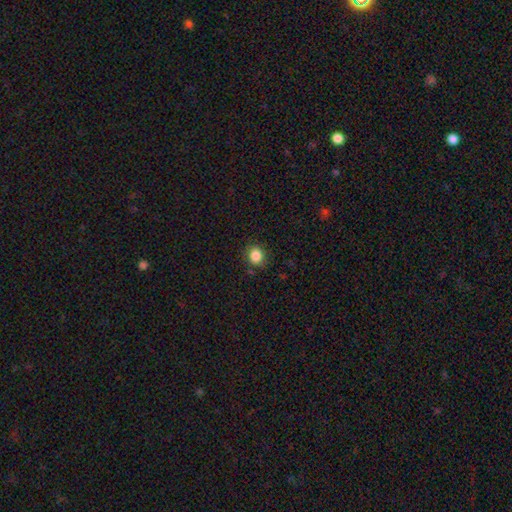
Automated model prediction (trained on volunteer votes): The model was most divided on "how rounded": round: 72%, in between: 27%, cigar-shaped: 1%. More confident: smooth or featured — smooth (86%); merging — none (84%).